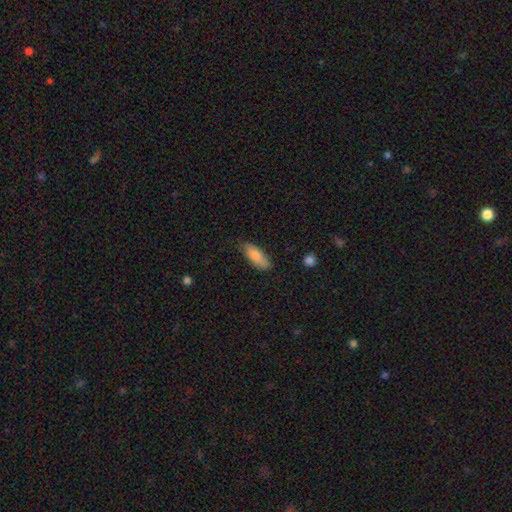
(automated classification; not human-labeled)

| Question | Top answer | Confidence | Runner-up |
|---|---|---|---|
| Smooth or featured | smooth | 82% | featured or disk (12%) |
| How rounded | in between | 69% | cigar-shaped (29%) |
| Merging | none | 76% | minor disturbance (19%) |